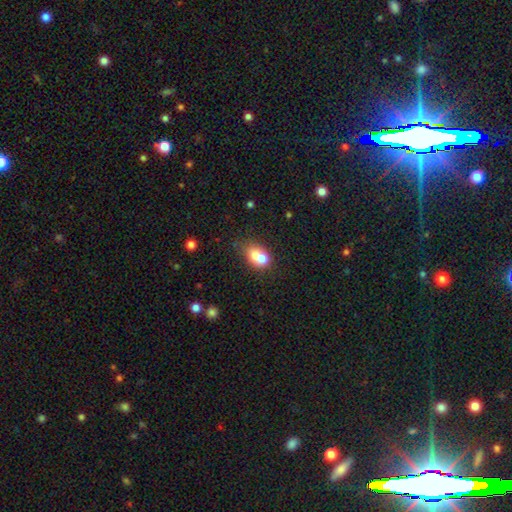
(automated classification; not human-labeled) Smooth or featured? smooth (67%)
How rounded? round (50%)
Merging? merger (62%)